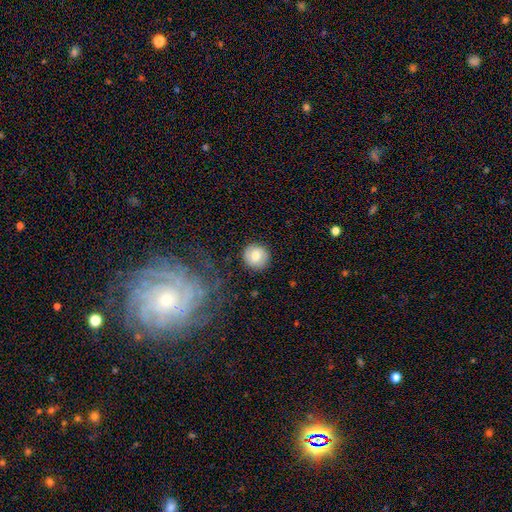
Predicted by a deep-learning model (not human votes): This is likely a smooth galaxy (73%). How rounded: clearly round (92%). Merging: clearly none (89%).